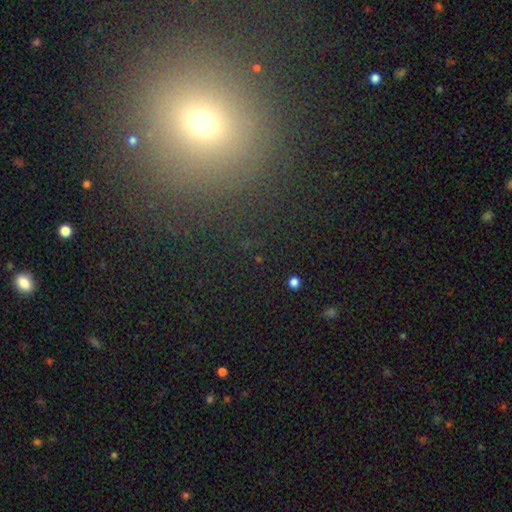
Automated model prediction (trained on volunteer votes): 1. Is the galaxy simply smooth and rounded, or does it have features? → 48% smooth, 42% star or artifact, 11% featured or disk.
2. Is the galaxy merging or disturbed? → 85% none, 8% minor disturbance, 4% major disturbance, 3% merger.